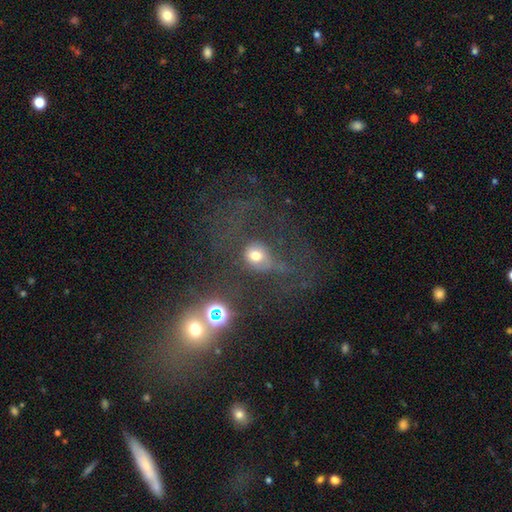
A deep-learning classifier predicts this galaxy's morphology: Smooth or featured: smooth — 55% (star or artifact — 25%)
How rounded: round — 73% (in between — 25%)
Merging: none — 44% (major disturbance — 31%)